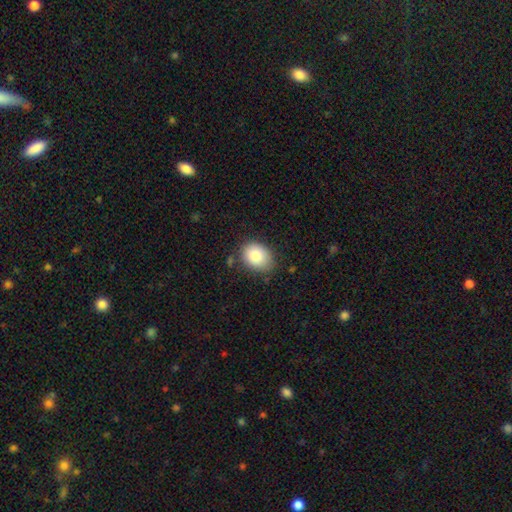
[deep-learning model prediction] This is clearly a smooth galaxy (85%). How rounded: likely in between (65%). Merging: likely none (76%).